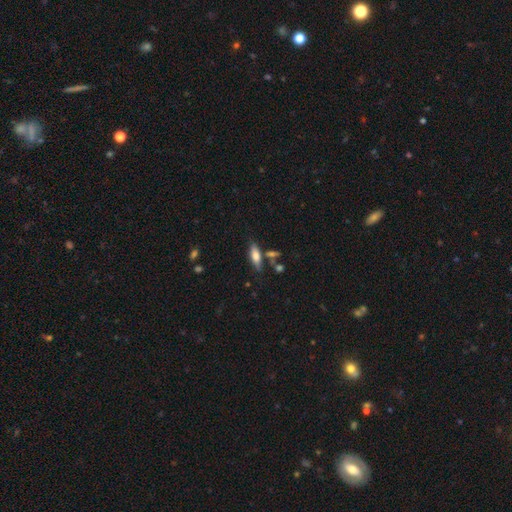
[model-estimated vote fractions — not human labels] Morphology: type=smooth (66%); roundness=in between (58%); merging=none (70%).